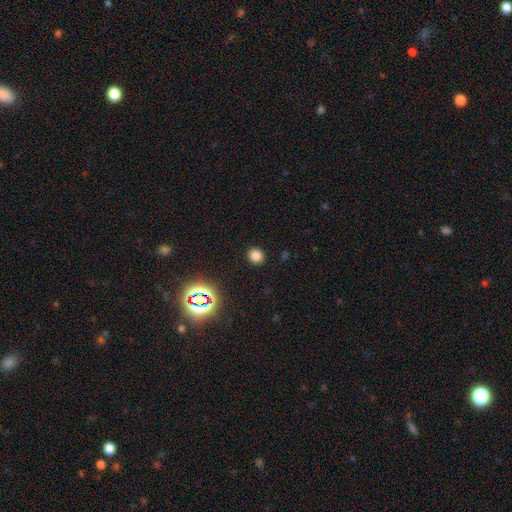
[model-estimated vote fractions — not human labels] Smooth or featured?
  - smooth: 77% *
  - star or artifact: 19%
  - featured or disk: 4%
How rounded?
  - round: 81% *
  - in between: 17%
  - cigar-shaped: 1%
Merging?
  - none: 90% *
  - minor disturbance: 6%
  - major disturbance: 2%
  - merger: 1%